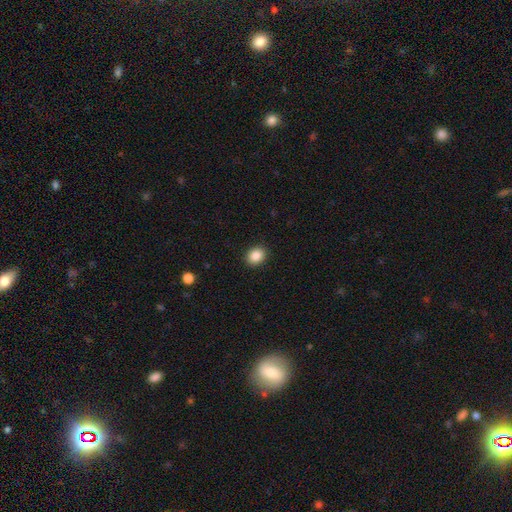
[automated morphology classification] A smooth galaxy with no disk features (87%) that is round (54%).

Vote fractions:
- Smooth or featured? smooth: 87% / star or artifact: 9% / featured or disk: 4%
- How rounded? round: 54% / in between: 46% / cigar-shaped: 1%
- Merging? none: 91% / minor disturbance: 6% / major disturbance: 2% / merger: 1%